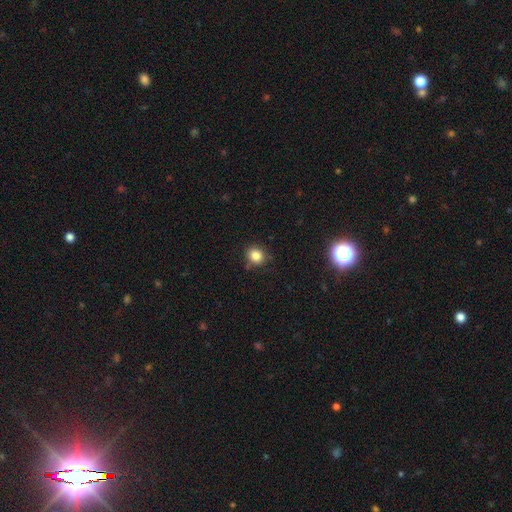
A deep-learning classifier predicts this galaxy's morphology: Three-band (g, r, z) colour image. It shows a smooth galaxy with no disk features (83%) that is round (79%). Merging: none (82%).